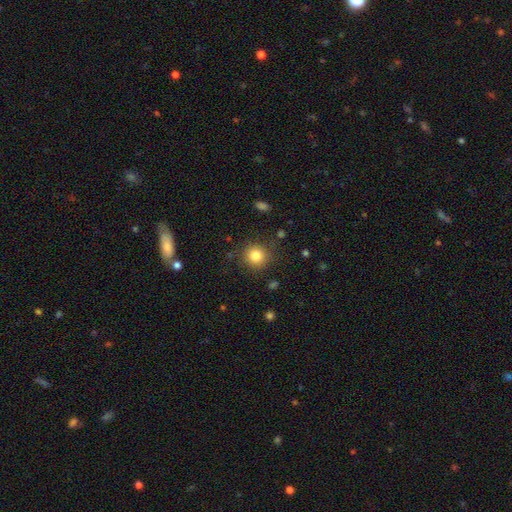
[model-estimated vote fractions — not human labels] Smooth or featured? smooth (82%)
How rounded? round (92%)
Merging? none (87%)